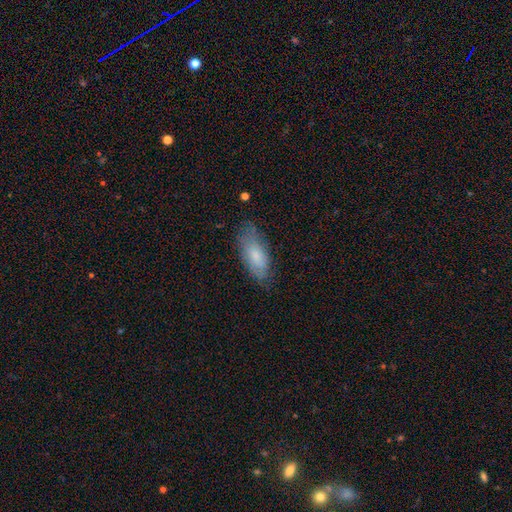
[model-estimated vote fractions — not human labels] smooth-or-featured: smooth: 69% | featured or disk: 24% | star or artifact: 7%
  how-rounded: in between: 80% | cigar-shaped: 18% | round: 2%
  merging: none: 72% | minor disturbance: 21% | major disturbance: 5% | merger: 1%